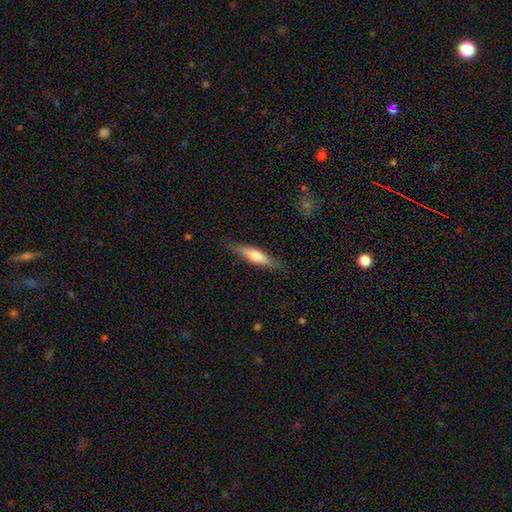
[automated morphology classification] This is possibly a smooth galaxy (54%). How rounded: likely cigar-shaped (73%). Merging: clearly none (83%).